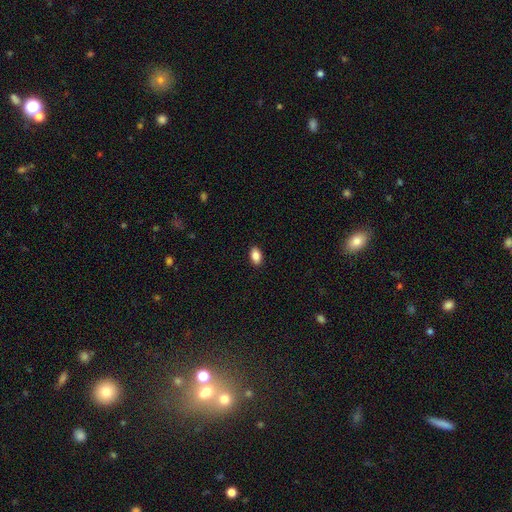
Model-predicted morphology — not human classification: This is clearly a smooth galaxy (88%). How rounded: clearly in between (90%). Merging: clearly none (90%).